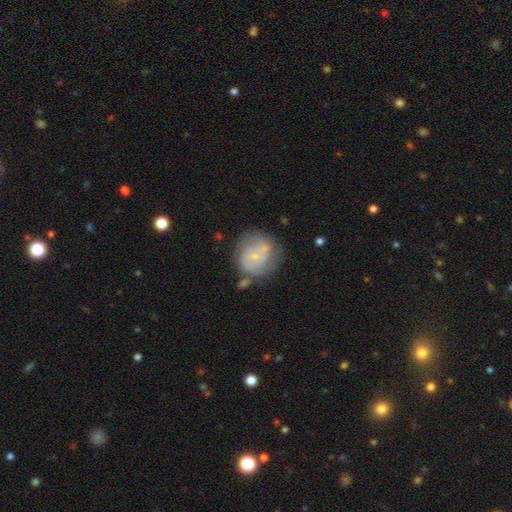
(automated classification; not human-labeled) Smooth or featured? featured or disk (61%)
Edge-on disk? no (98%)
Bar? no (69%)
Spiral arms? yes (81%)
Bulge size? small (80%)
Merging? none (60%)